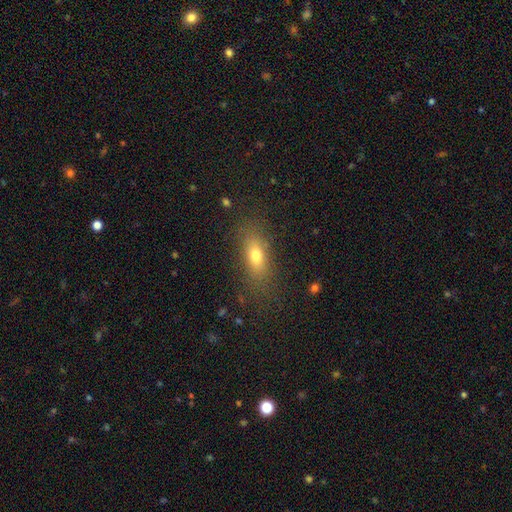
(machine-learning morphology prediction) The model was most divided on "how rounded": in between: 70%, cigar-shaped: 21%, round: 9%. More confident: merging — none (79%); smooth or featured — smooth (72%).